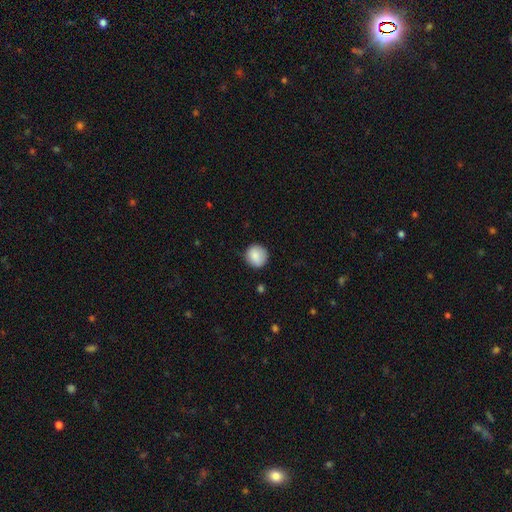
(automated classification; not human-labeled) The model was most divided on "merging": none: 84%, minor disturbance: 13%, major disturbance: 3%, merger: 1%. More confident: how rounded — round (90%); smooth or featured — smooth (86%).